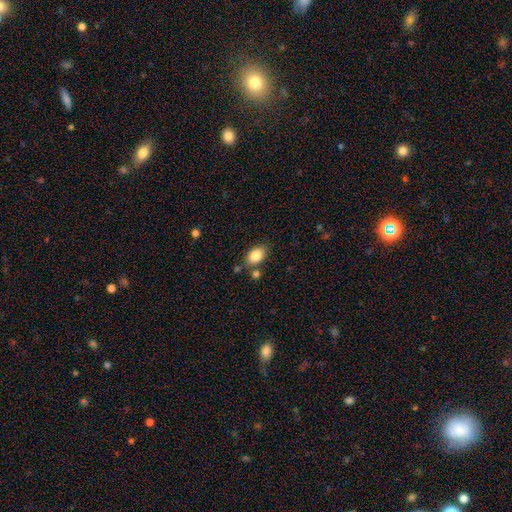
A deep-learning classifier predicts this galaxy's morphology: smooth_or_featured: smooth (p=0.85) [alt: star or artifact p=0.08]
how_rounded: in between (p=0.84) [alt: round p=0.15]
merging: none (p=0.73) [alt: minor disturbance p=0.14]